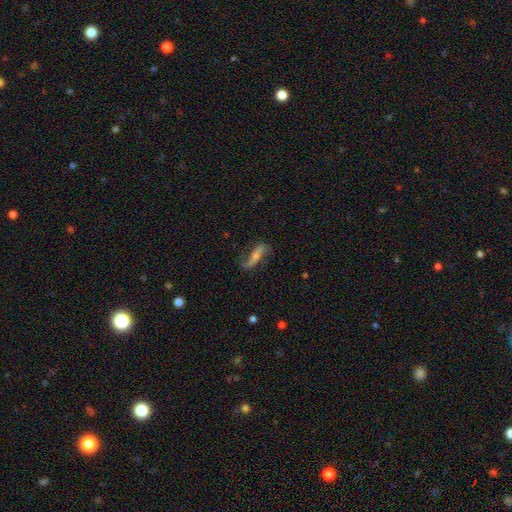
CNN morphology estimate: A featured or disk galaxy (76%) with no bar (36%), 2 (86%) loose (77%) spiral arms (93%) and a small central bulge (52%).

Vote fractions:
- Smooth or featured? featured or disk: 76% / smooth: 16% / star or artifact: 8%
- Edge-on disk? no: 85% / yes: 15%
- Bar? no: 36% / strong: 32% / weak: 32%
- Spiral arms? yes: 93% / no: 7%
- Spiral winding? loose: 77% / medium: 17% / tight: 6%
- Spiral arm count? 2: 86% / 1: 8% / can't tell: 3% / 3: 1% / 4: 1% / more than 4: 1%
- Bulge size? small: 52% / moderate: 32% / none: 11% / large: 3% / dominant: 1%
- Merging? none: 68% / minor disturbance: 18% / major disturbance: 11% / merger: 2%